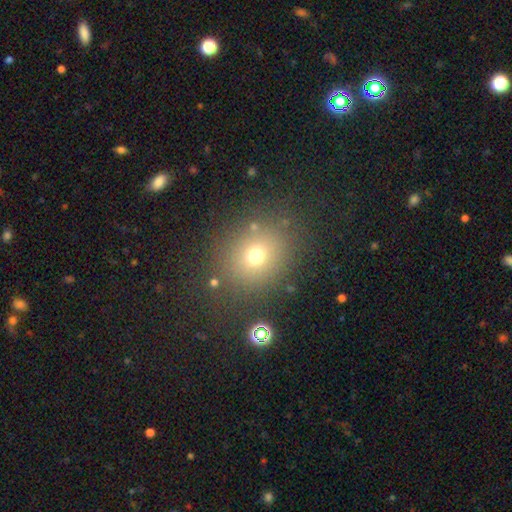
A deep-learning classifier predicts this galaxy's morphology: smooth_or_featured: smooth (p=0.68) [alt: star or artifact p=0.20]
how_rounded: round (p=0.72) [alt: in between p=0.27]
merging: none (p=0.81) [alt: minor disturbance p=0.10]